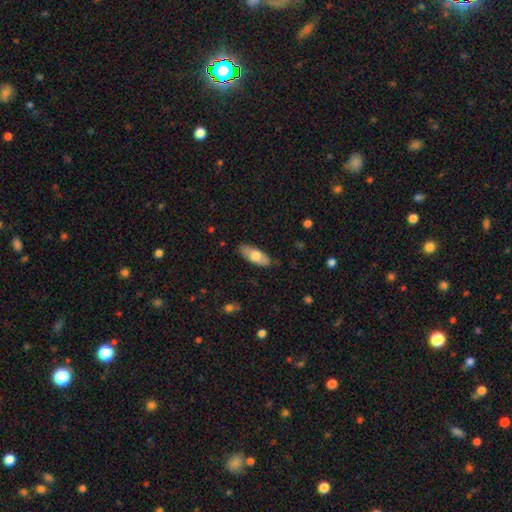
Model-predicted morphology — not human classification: A smooth galaxy with no disk features (68%) that is in between round and cigar-shaped (81%).

Vote fractions:
- Smooth or featured? smooth: 68% / featured or disk: 26% / star or artifact: 5%
- How rounded? in between: 81% / cigar-shaped: 17% / round: 2%
- Merging? none: 84% / minor disturbance: 12% / major disturbance: 2% / merger: 1%